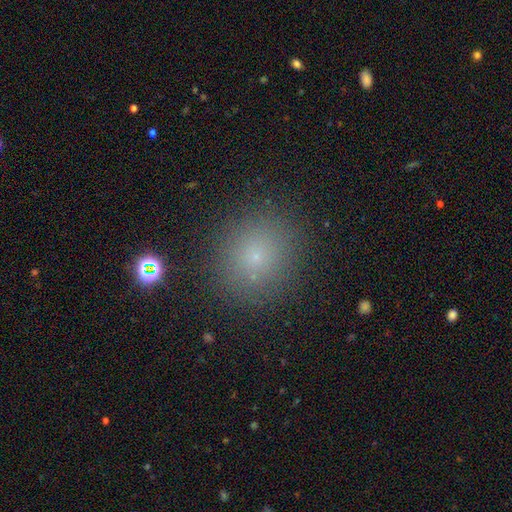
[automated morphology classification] smooth_or_featured: smooth (p=0.70) [alt: star or artifact p=0.21]
how_rounded: round (p=0.88) [alt: in between p=0.11]
merging: none (p=0.88) [alt: minor disturbance p=0.07]